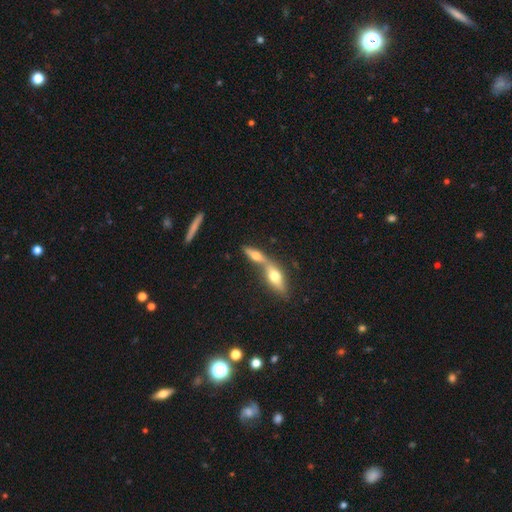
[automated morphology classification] Smooth or featured?
  - smooth: 51% *
  - featured or disk: 40%
  - star or artifact: 10%
How rounded?
  - in between: 48% *
  - cigar-shaped: 46%
  - round: 6%
Merging?
  - merger: 58% *
  - none: 32%
  - minor disturbance: 7%
  - major disturbance: 4%